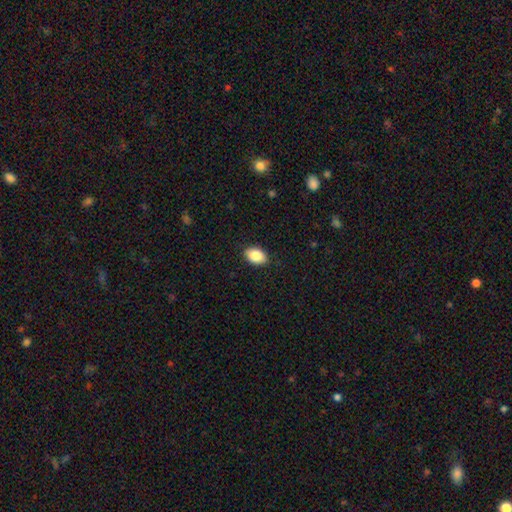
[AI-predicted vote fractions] The model was most divided on "how rounded": in between: 86%, round: 13%, cigar-shaped: 1%. More confident: merging — none (88%); smooth or featured — smooth (86%).